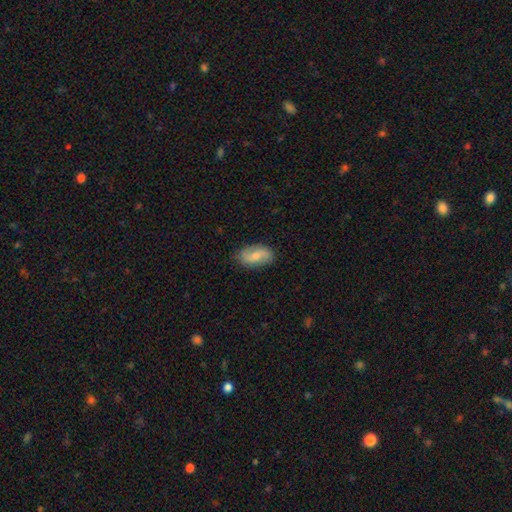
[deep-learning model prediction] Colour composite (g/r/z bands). It shows a smooth galaxy with no disk features (56%) that is in between round and cigar-shaped (90%). Merging: none (80%).